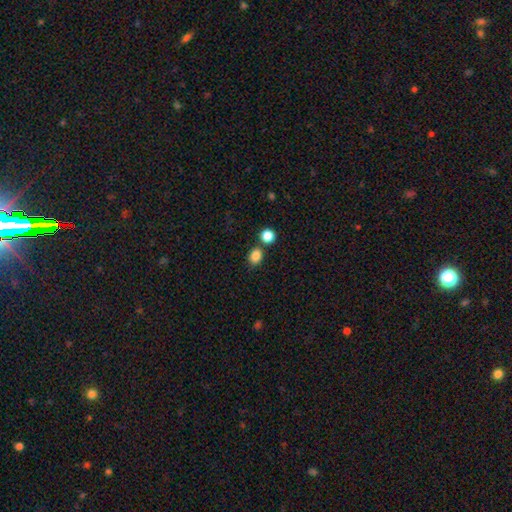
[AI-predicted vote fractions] smooth 85%, star or artifact 11%, featured or disk 4%. Down the decision tree: how rounded — round (55%); merging — none (74%).